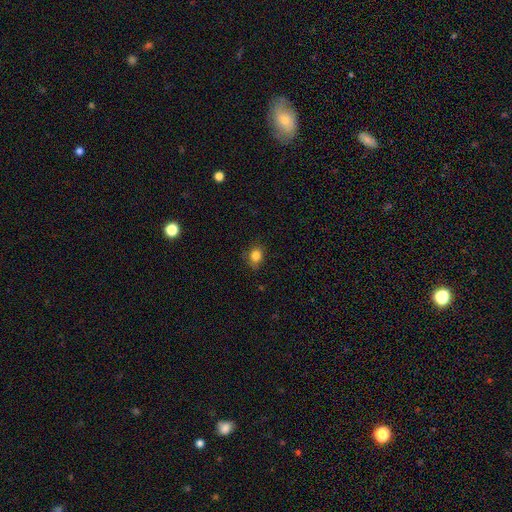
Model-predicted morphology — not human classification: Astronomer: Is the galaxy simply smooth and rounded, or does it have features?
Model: smooth — 83%.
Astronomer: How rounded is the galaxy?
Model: round — 51% (runner-up: in between, 47%).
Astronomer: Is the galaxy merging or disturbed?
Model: none — 81%.